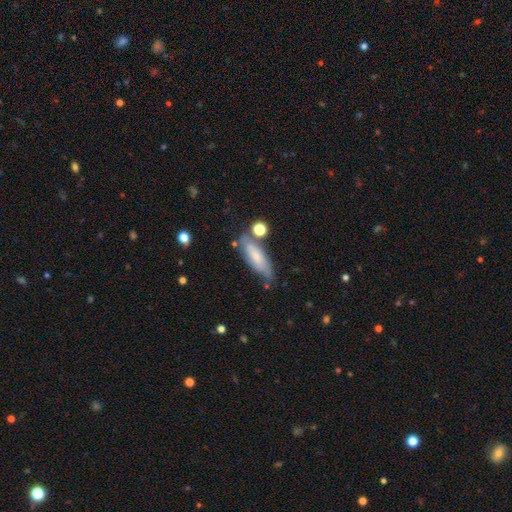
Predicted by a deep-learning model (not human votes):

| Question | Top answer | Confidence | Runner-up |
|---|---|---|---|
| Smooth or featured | smooth | 60% | featured or disk (32%) |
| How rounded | in between | 51% | cigar-shaped (47%) |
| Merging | none | 64% | minor disturbance (22%) |